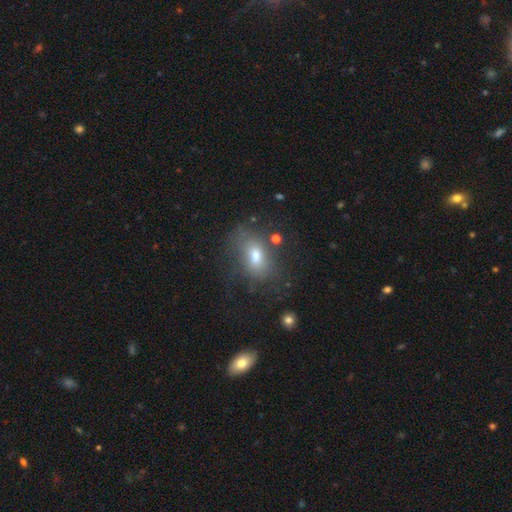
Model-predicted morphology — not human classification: This is likely a smooth galaxy (66%). How rounded: clearly in between (81%). Merging: possibly none (59%).